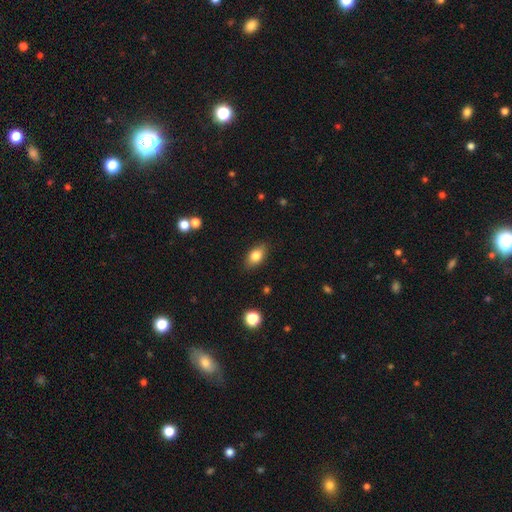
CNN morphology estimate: Smooth or featured? smooth (82%)
How rounded? in between (86%)
Merging? none (85%)